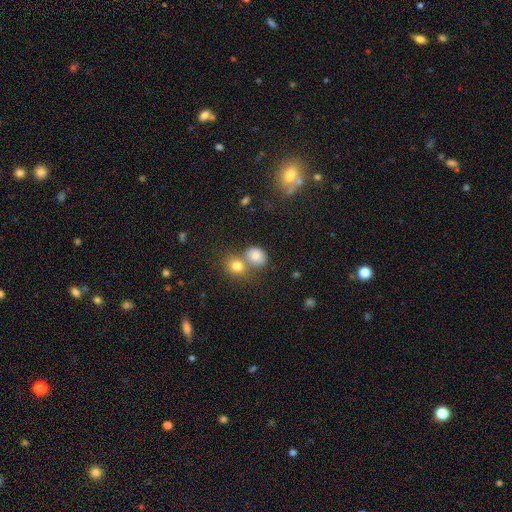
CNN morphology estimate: Smooth or featured?
  - smooth: 80% *
  - star or artifact: 11%
  - featured or disk: 9%
How rounded?
  - round: 61% *
  - in between: 38%
  - cigar-shaped: 1%
Merging?
  - merger: 44% *
  - none: 42%
  - minor disturbance: 10%
  - major disturbance: 4%